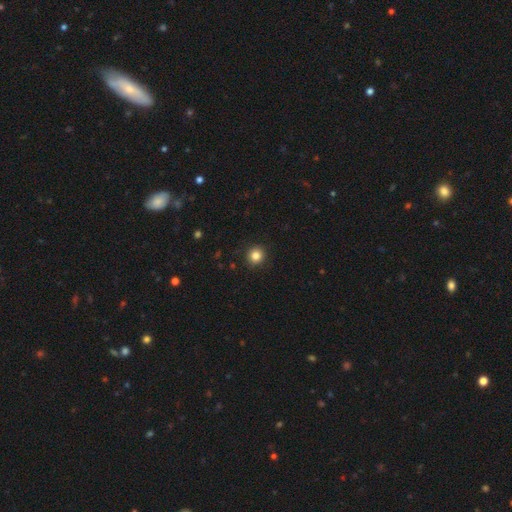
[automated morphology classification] Smooth or featured?
  - smooth: 84% *
  - star or artifact: 11%
  - featured or disk: 5%
How rounded?
  - round: 92% *
  - in between: 7%
  - cigar-shaped: 1%
Merging?
  - none: 91% *
  - minor disturbance: 6%
  - major disturbance: 2%
  - merger: 1%